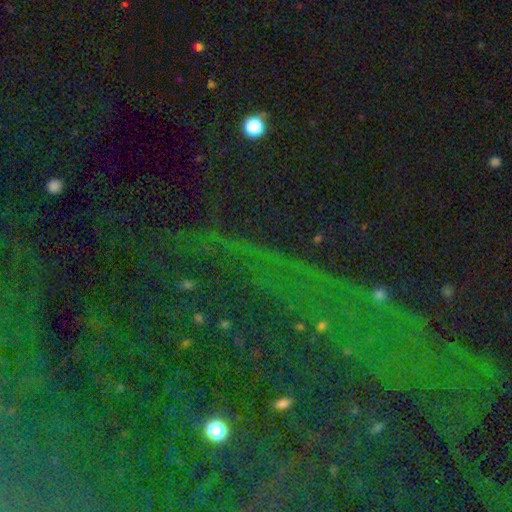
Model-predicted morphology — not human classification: smooth-or-featured: star or artifact: 77% | smooth: 13% | featured or disk: 10%